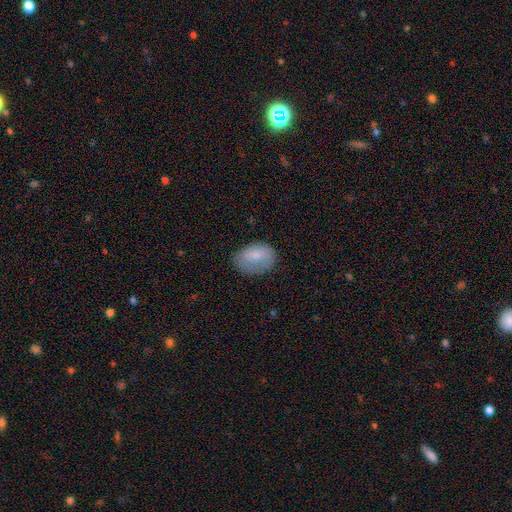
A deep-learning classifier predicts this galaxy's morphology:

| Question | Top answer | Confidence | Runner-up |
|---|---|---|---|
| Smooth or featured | smooth | 76% | featured or disk (16%) |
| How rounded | in between | 77% | round (22%) |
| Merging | none | 62% | minor disturbance (27%) |